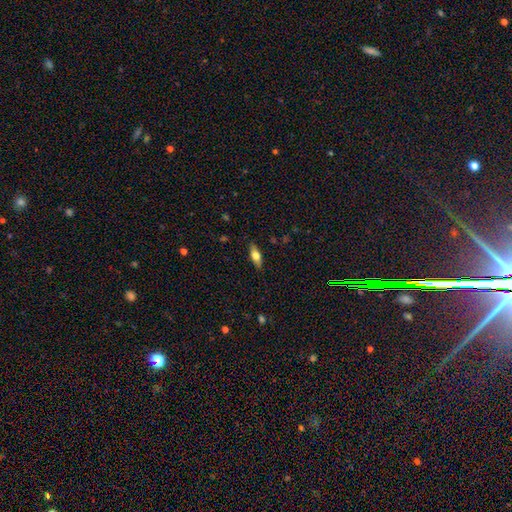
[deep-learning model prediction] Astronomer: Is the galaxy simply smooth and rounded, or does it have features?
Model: smooth — 66%.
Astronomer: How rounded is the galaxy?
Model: in between — 72%.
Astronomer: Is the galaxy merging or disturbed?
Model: none — 87%.